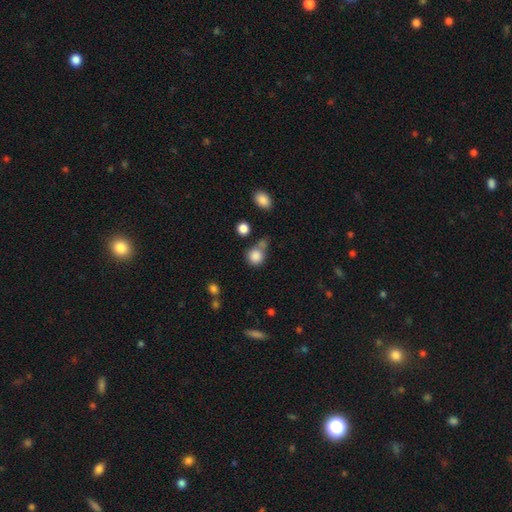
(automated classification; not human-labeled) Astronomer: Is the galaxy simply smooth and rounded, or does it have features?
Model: smooth — 84%.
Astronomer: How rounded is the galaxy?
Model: round — 86%.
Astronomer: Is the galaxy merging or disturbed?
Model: none — 55%.